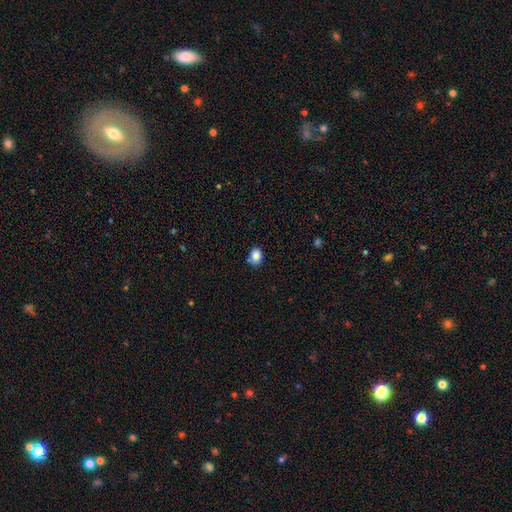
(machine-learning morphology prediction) Q: Smooth or featured?
A: smooth (86%); runner-up: star or artifact (9%)
Q: How rounded?
A: in between (63%); runner-up: round (36%)
Q: Merging?
A: none (71%); runner-up: minor disturbance (20%)